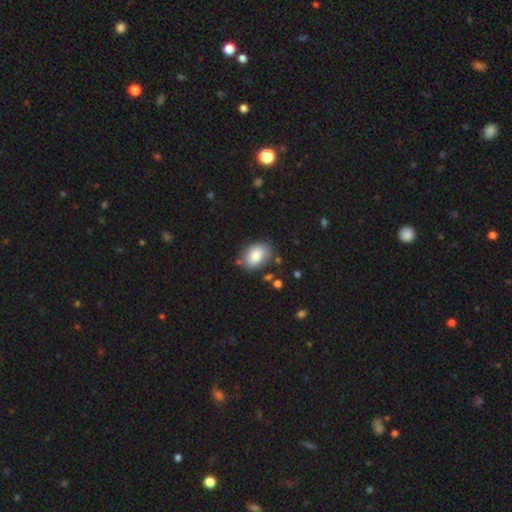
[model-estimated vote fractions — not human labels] Smooth or featured? smooth (78%)
How rounded? in between (80%)
Merging? none (76%)